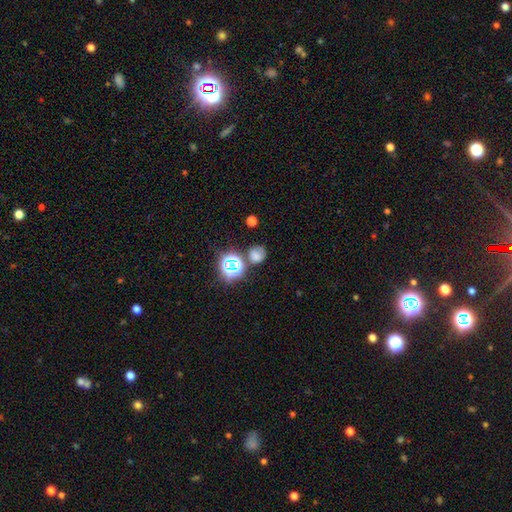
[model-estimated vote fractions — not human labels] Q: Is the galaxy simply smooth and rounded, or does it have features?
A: smooth — 62%.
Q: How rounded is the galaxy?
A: round — 77%.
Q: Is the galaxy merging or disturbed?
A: none — 64%.